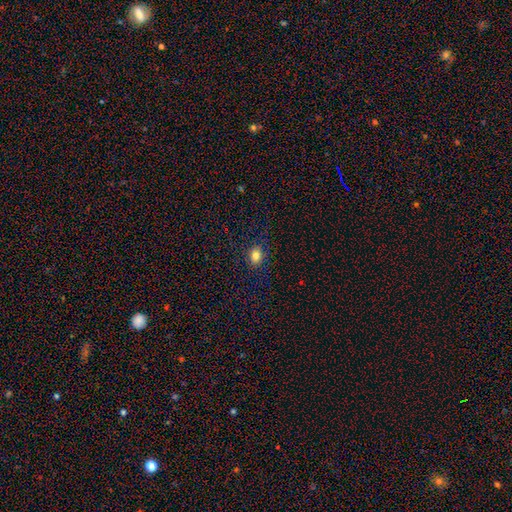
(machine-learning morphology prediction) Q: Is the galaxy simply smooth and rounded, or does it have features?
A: smooth — 81%.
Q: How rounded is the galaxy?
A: round — 53%.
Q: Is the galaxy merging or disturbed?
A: none — 88%.